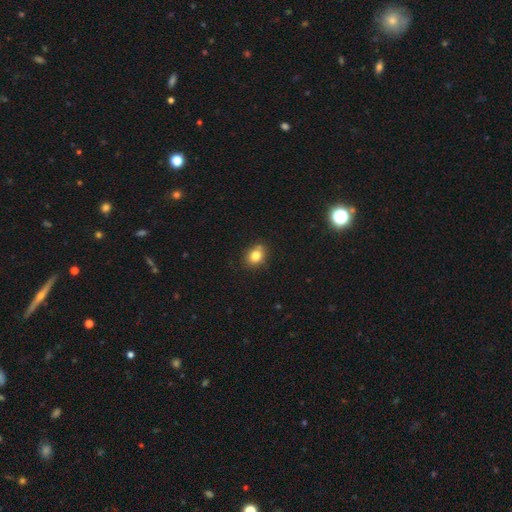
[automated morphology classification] This is clearly a smooth galaxy (81%). How rounded: possibly round (55%). Merging: likely none (80%).